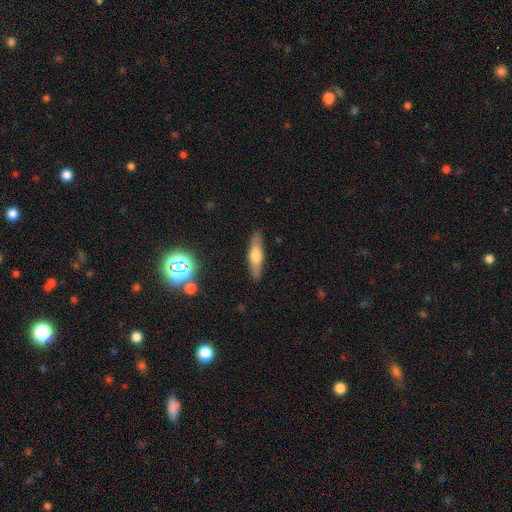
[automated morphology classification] A smooth galaxy with no disk features (51%) that is cigar-shaped (72%). Merging: none (89%).